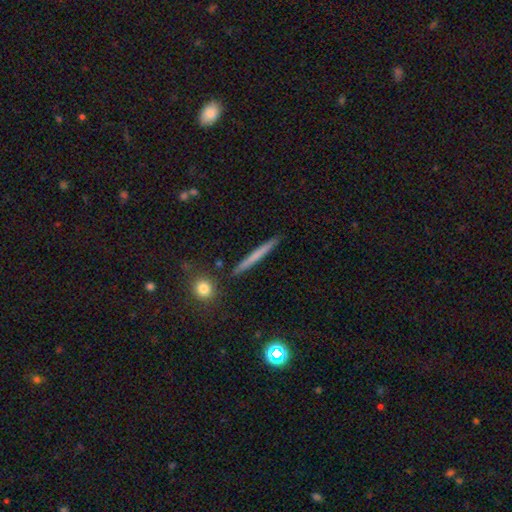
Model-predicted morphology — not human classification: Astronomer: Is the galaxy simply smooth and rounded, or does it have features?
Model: smooth — 58% (runner-up: featured or disk, 36%).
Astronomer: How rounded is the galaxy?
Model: cigar-shaped — 95%.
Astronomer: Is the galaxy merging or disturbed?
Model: none — 91%.